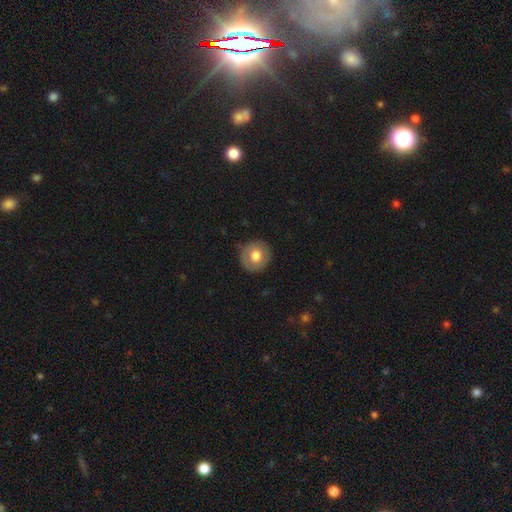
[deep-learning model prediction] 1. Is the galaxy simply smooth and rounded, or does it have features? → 69% smooth, 24% featured or disk, 7% star or artifact.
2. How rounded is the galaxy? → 93% round, 6% in between, 1% cigar-shaped.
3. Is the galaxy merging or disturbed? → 87% none, 9% minor disturbance, 3% major disturbance, 1% merger.